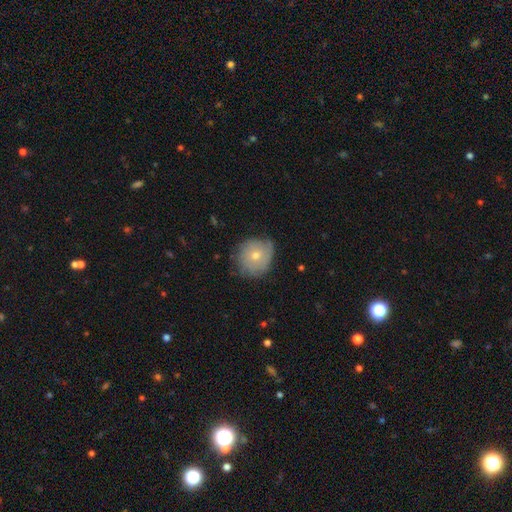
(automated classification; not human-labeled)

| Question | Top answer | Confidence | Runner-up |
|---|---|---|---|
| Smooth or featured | smooth | 64% | featured or disk (28%) |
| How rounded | round | 81% | in between (18%) |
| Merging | none | 63% | minor disturbance (29%) |